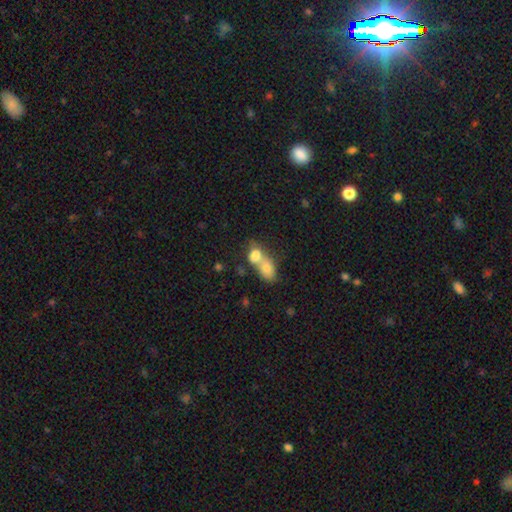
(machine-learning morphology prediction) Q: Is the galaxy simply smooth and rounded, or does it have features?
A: smooth — 74%.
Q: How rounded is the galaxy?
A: in between — 69%.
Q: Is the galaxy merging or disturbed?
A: merger — 76%.